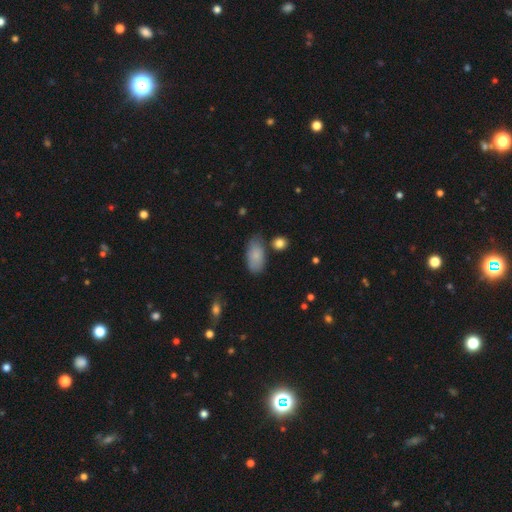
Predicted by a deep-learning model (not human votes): smooth 82%, featured or disk 11%, star or artifact 7%. Down the decision tree: how rounded — in between (92%); merging — none (65%).